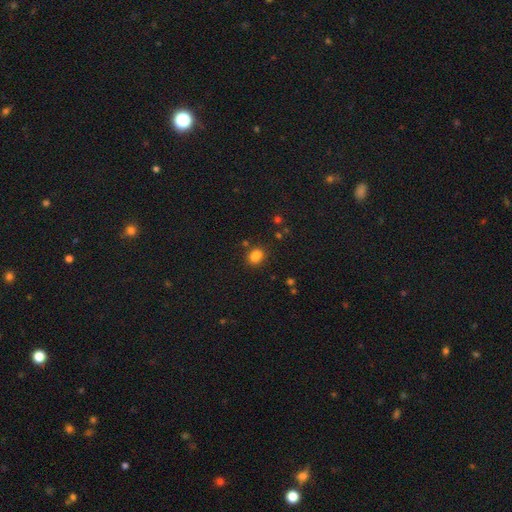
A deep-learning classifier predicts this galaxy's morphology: smooth_or_featured: smooth (p=0.83) [alt: star or artifact p=0.12]
how_rounded: in between (p=0.63) [alt: round p=0.36]
merging: none (p=0.74) [alt: minor disturbance p=0.13]